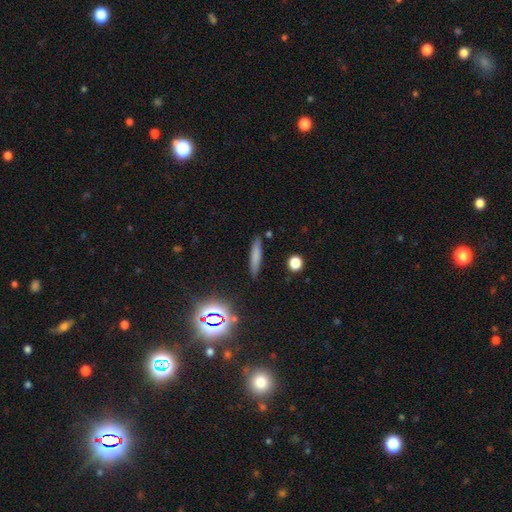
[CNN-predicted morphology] Smooth or featured? Predicted: smooth (p=0.70). How rounded? Predicted: cigar-shaped (p=0.83). Merging? Predicted: none (p=0.84).